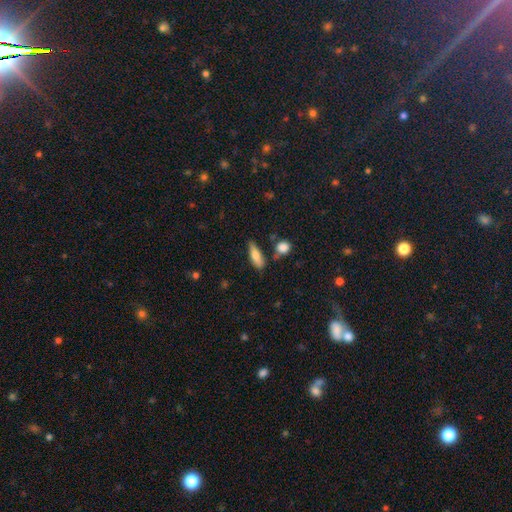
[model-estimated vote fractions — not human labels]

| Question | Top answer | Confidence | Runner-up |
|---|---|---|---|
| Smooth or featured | smooth | 73% | featured or disk (20%) |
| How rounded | in between | 57% | cigar-shaped (40%) |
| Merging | none | 68% | minor disturbance (18%) |